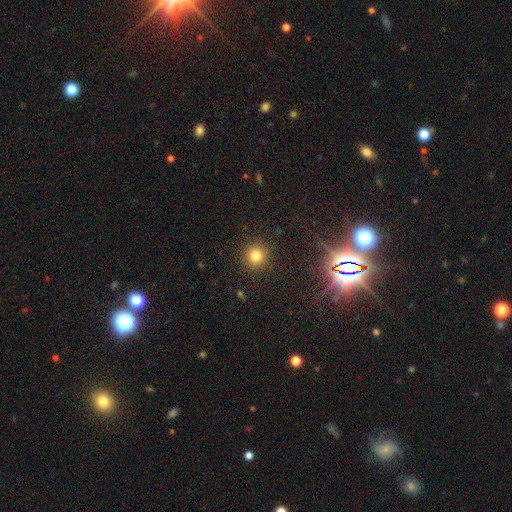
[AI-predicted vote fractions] A smooth galaxy with no disk features (79%) that is round (94%).

Vote fractions:
- Smooth or featured? smooth: 79% / star or artifact: 15% / featured or disk: 6%
- How rounded? round: 94% / in between: 5% / cigar-shaped: 1%
- Merging? none: 91% / minor disturbance: 6% / major disturbance: 2% / merger: 1%